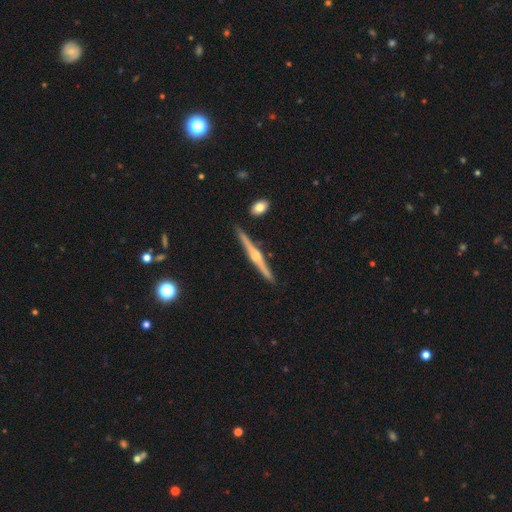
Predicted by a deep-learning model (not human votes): This appears to be a featured or disk galaxy (80%) viewed edge-on (98%) with a rounded central bulge (87%). Merging: none (90%).